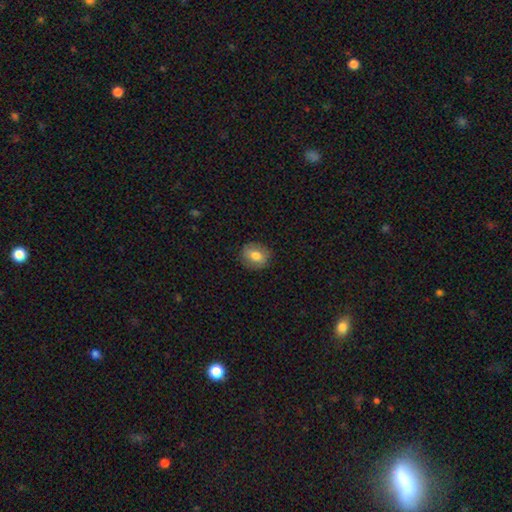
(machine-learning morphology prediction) This appears to be a smooth galaxy with no disk features (71%) that is round (70%). Merging: none (86%).